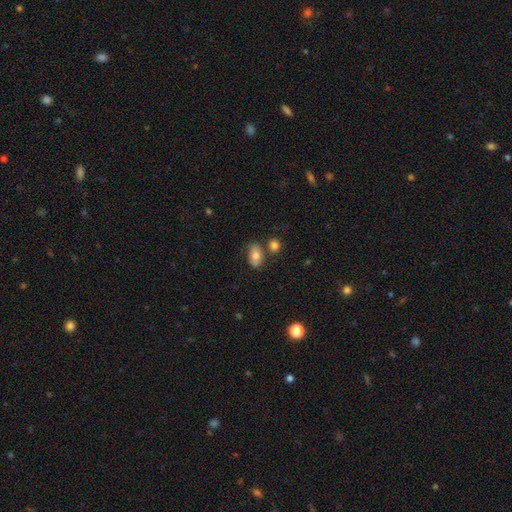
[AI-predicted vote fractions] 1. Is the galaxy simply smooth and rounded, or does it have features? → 74% smooth, 17% featured or disk, 8% star or artifact.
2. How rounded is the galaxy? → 86% in between, 12% round, 2% cigar-shaped.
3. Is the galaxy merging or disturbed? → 66% none, 18% minor disturbance, 12% merger, 5% major disturbance.